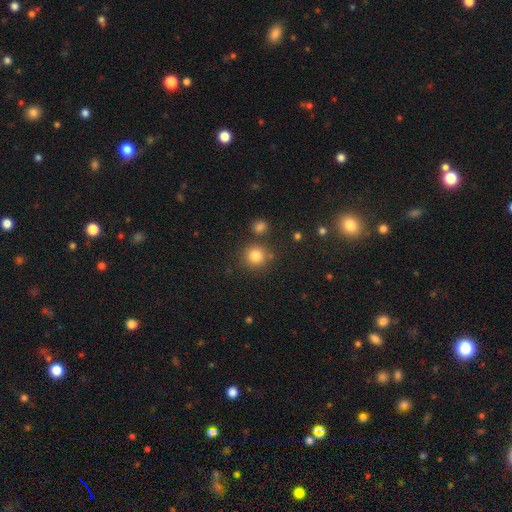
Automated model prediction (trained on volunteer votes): A smooth galaxy with no disk features (83%) that is round (92%).

Vote fractions:
- Smooth or featured? smooth: 83% / star or artifact: 12% / featured or disk: 5%
- How rounded? round: 92% / in between: 7% / cigar-shaped: 1%
- Merging? none: 79% / merger: 9% / minor disturbance: 8% / major disturbance: 3%